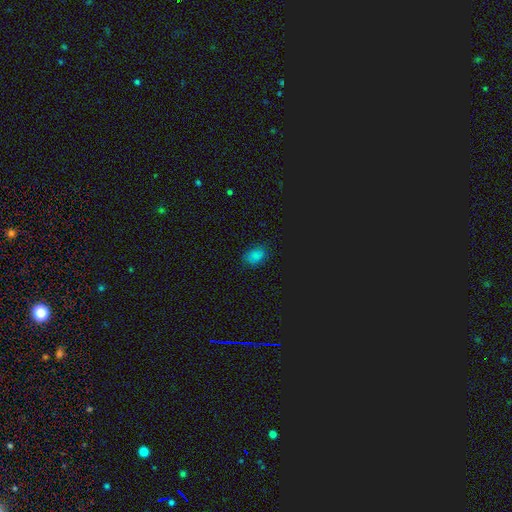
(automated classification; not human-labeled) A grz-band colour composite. It shows a smooth galaxy with no disk features (74%) that is in between round and cigar-shaped (79%). Merging: none (79%).